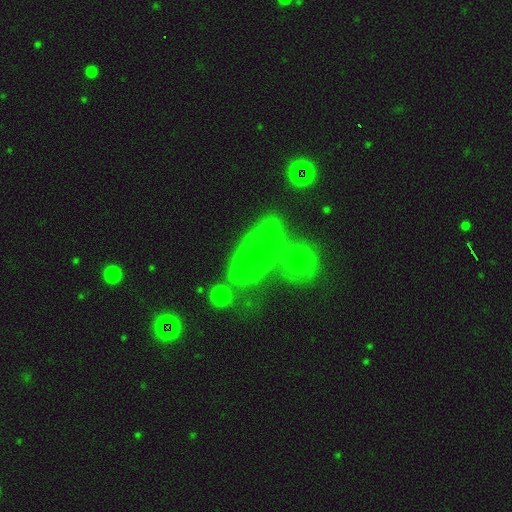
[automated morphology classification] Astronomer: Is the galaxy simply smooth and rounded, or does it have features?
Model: featured or disk — 62%.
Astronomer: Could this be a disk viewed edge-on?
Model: no — 90%.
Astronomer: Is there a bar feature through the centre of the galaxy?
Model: no — 44% (runner-up: weak, 40%).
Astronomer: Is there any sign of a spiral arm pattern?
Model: yes — 75%.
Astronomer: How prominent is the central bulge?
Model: small — 72%.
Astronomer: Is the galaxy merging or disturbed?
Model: none — 41% (runner-up: merger, 27%).